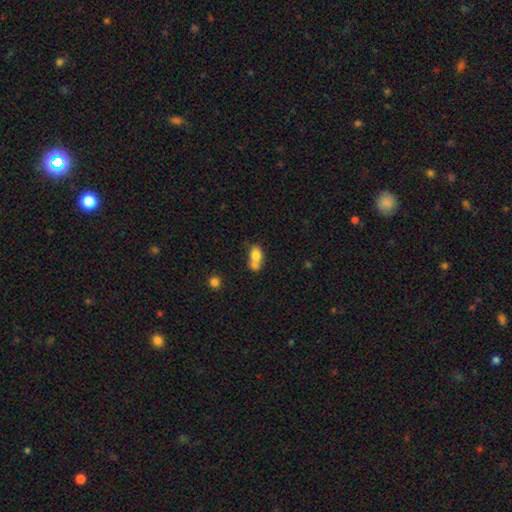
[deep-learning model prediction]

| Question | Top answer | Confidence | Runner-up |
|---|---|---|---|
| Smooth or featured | smooth | 75% | featured or disk (15%) |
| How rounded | in between | 72% | round (25%) |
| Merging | merger | 56% | none (28%) |